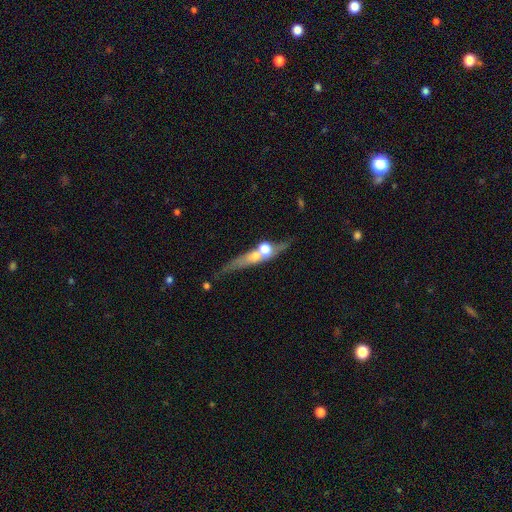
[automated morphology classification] This is possibly a featured or disk galaxy (59%). It is clearly viewed edge-on (81%). Merging: possibly none (53%).